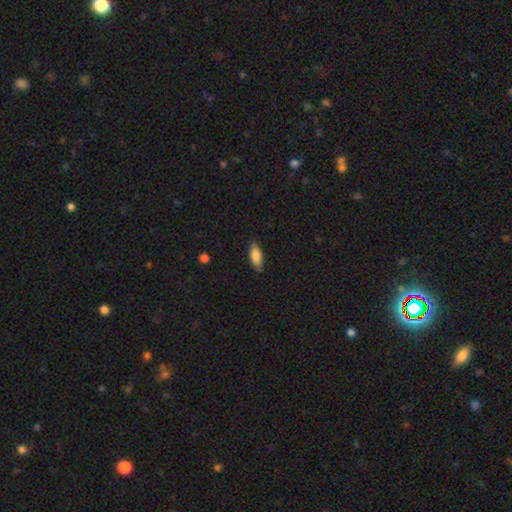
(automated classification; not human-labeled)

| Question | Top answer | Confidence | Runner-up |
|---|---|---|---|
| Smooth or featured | smooth | 81% | featured or disk (13%) |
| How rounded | in between | 76% | cigar-shaped (21%) |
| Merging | none | 81% | minor disturbance (15%) |